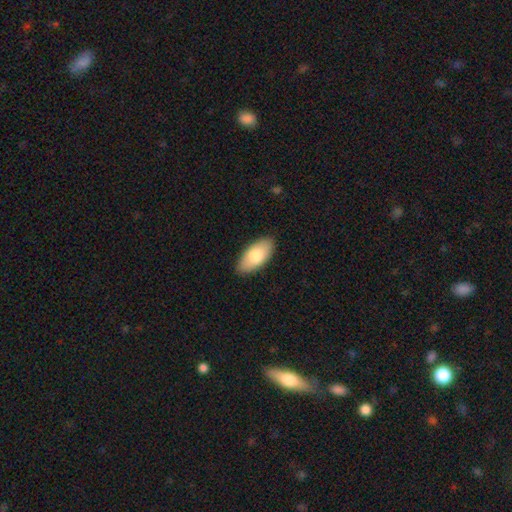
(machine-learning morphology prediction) smooth 81%, featured or disk 14%, star or artifact 5%. Down the decision tree: how rounded — in between (93%); merging — none (88%).